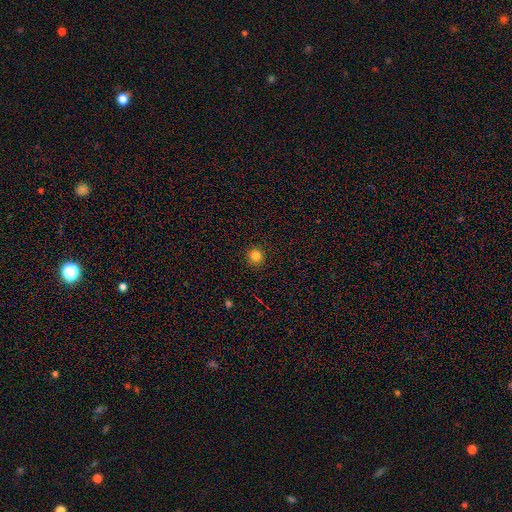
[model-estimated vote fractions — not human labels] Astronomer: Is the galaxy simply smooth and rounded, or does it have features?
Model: smooth — 82%.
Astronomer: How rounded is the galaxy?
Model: round — 91%.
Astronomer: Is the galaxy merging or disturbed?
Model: none — 91%.